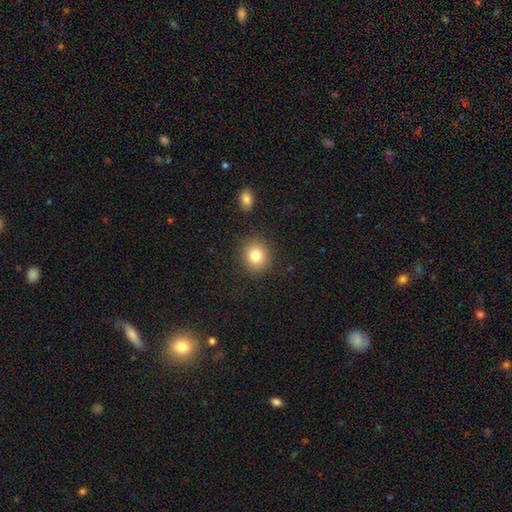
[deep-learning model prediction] A smooth galaxy with no disk features (80%) that is round (81%). Merging: none (88%).